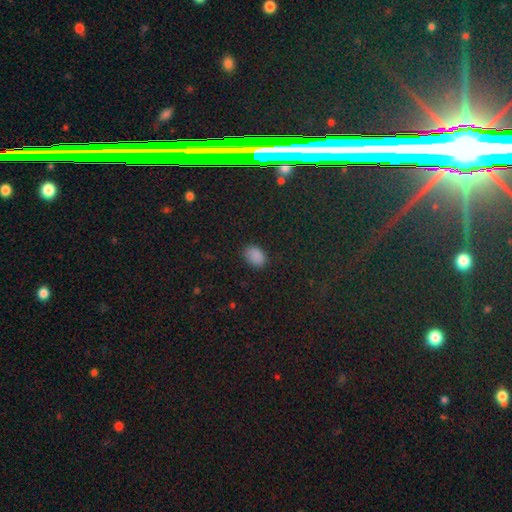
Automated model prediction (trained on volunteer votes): A smooth galaxy with no disk features (86%) that is in between round and cigar-shaped (78%). Merging: none (85%).